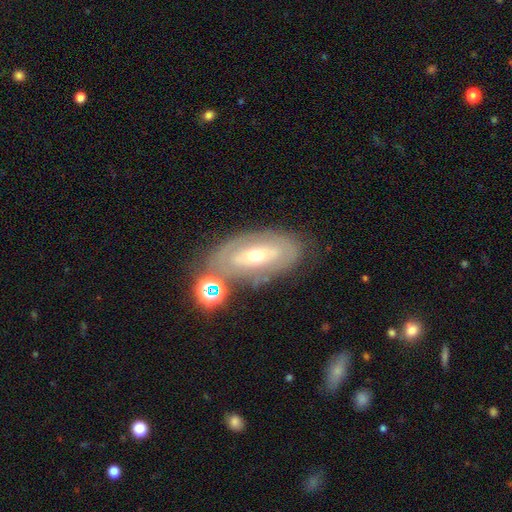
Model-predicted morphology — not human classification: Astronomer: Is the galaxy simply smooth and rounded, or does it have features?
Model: featured or disk — 71%.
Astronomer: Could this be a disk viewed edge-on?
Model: no — 89%.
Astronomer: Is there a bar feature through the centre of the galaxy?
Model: no — 57%.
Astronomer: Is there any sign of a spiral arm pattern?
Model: yes — 58% (runner-up: no, 42%).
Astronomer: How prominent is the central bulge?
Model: moderate — 56% (runner-up: small, 39%).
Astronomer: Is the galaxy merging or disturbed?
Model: none — 67%.